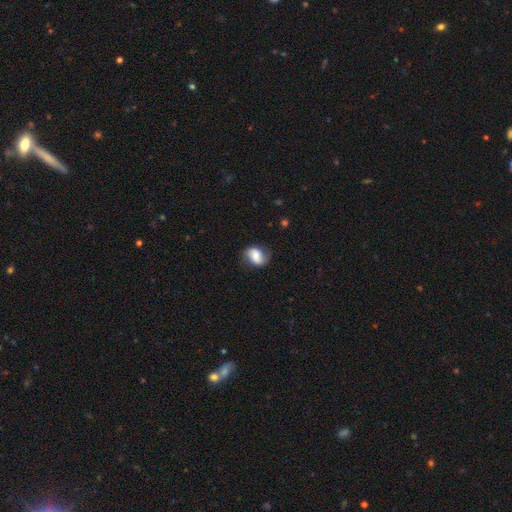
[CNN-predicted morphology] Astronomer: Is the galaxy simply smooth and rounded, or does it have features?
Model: smooth — 53% (runner-up: featured or disk, 38%).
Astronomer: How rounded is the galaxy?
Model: in between — 68%.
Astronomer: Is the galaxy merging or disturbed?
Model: none — 73%.